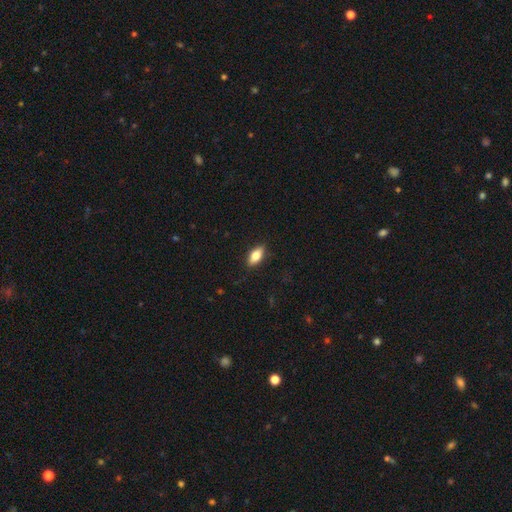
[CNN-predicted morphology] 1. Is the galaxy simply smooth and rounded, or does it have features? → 73% smooth, 20% featured or disk, 7% star or artifact.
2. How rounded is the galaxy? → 82% in between, 14% cigar-shaped, 4% round.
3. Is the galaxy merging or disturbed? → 87% none, 10% minor disturbance, 2% major disturbance, 1% merger.